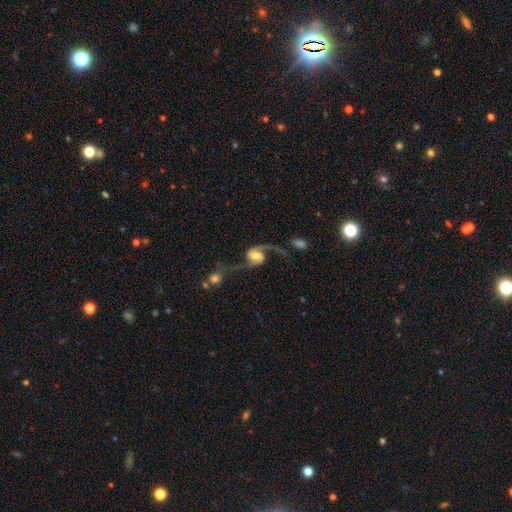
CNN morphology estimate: A featured or disk galaxy (86%) with no bar (42%), 2 (90%) loose (82%) spiral arms (96%) and a moderate central bulge (57%).

Vote fractions:
- Smooth or featured? featured or disk: 86% / smooth: 9% / star or artifact: 5%
- Edge-on disk? no: 97% / yes: 3%
- Bar? no: 42% / weak: 41% / strong: 17%
- Spiral arms? yes: 96% / no: 4%
- Spiral winding? loose: 82% / medium: 15% / tight: 3%
- Spiral arm count? 2: 90% / 1: 5% / can't tell: 1% / 3: 1% / 4: 1% / more than 4: 1%
- Bulge size? moderate: 57% / large: 23% / small: 14% / dominant: 3% / none: 3%
- Merging? none: 47% / major disturbance: 20% / merger: 19% / minor disturbance: 14%